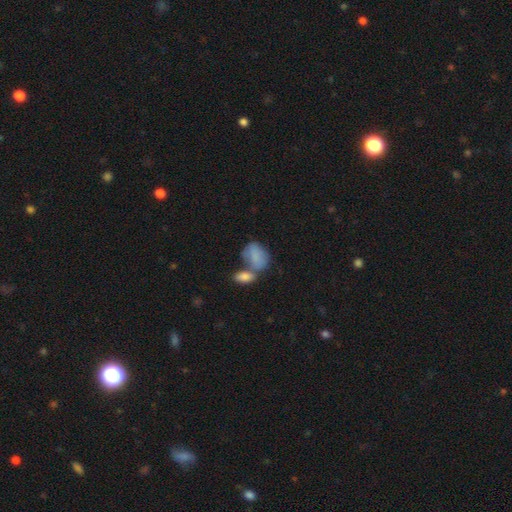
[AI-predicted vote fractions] Smooth or featured? Predicted: smooth (p=0.78). How rounded? Predicted: in between (p=0.86). Merging? Predicted: merger (p=0.51).